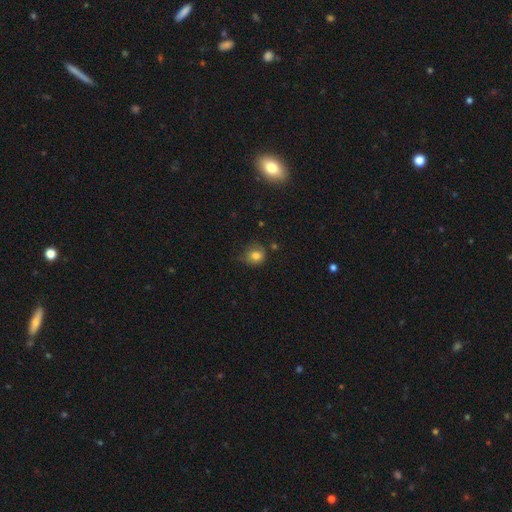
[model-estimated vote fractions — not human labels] Morphology: type=smooth (78%); roundness=round (81%); merging=none (61%).